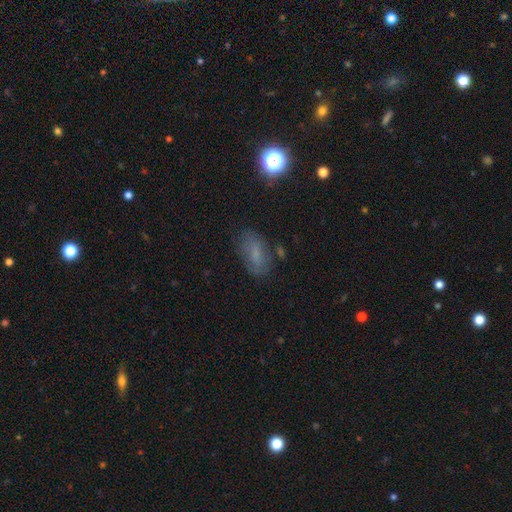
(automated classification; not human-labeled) This appears to be a smooth galaxy with no disk features (62%) that is in between round and cigar-shaped (86%). Merging: none (70%).